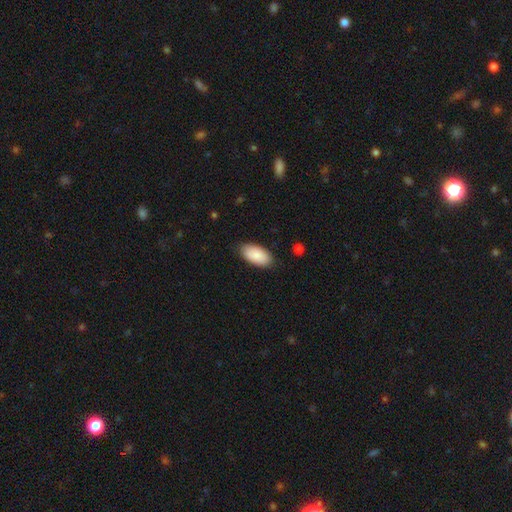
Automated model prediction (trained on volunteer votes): smooth_or_featured: smooth (p=0.88) [alt: featured or disk p=0.06]
how_rounded: in between (p=0.95) [alt: cigar-shaped p=0.03]
merging: none (p=0.85) [alt: minor disturbance p=0.12]